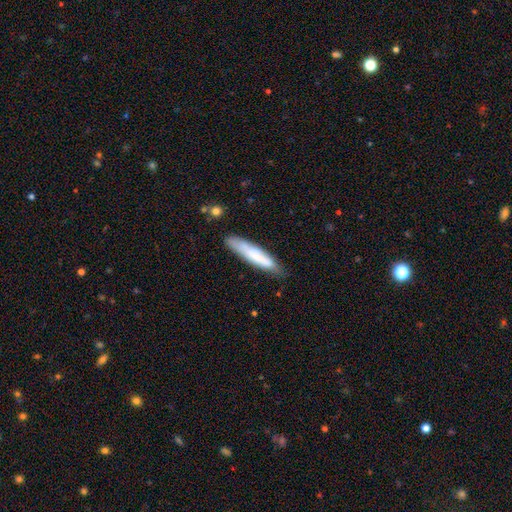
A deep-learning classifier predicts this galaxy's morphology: smooth 70%, featured or disk 23%, star or artifact 6%. Down the decision tree: how rounded — cigar-shaped (84%); merging — none (71%).